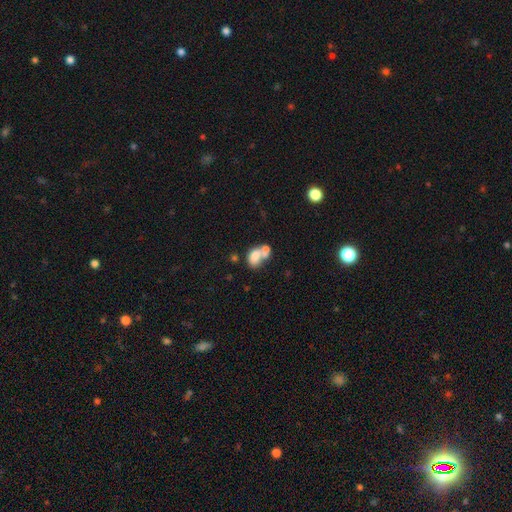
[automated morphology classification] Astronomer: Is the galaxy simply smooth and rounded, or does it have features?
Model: smooth — 69%.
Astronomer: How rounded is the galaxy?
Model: in between — 72%.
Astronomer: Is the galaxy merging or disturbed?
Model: merger — 65%.